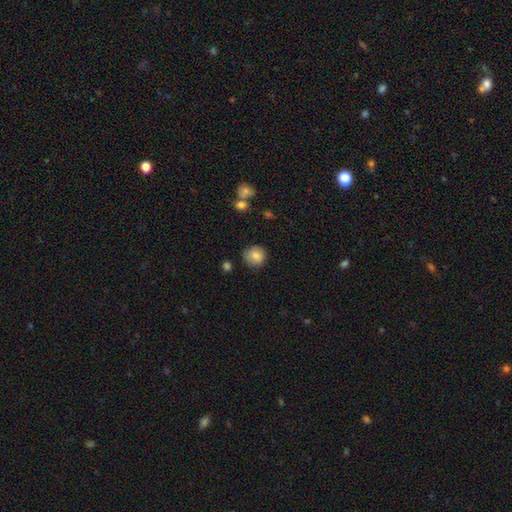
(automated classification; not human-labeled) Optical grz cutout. It shows a smooth galaxy with no disk features (80%) that is round (88%). Merging: none (81%).